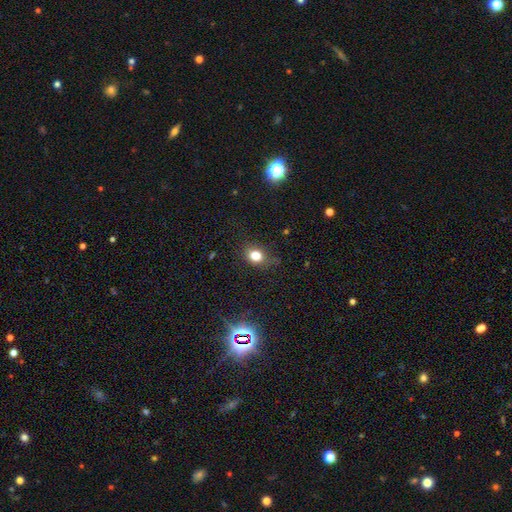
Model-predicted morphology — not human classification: A smooth galaxy with no disk features (78%) that is round (57%). Merging: none (73%).